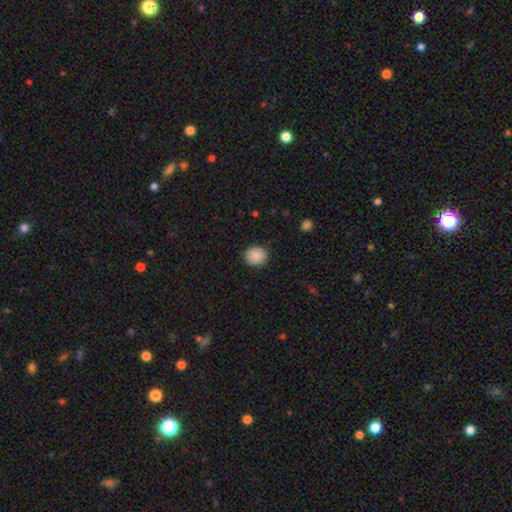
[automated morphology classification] type=smooth (89%); roundness=round (81%); merging=none (90%).